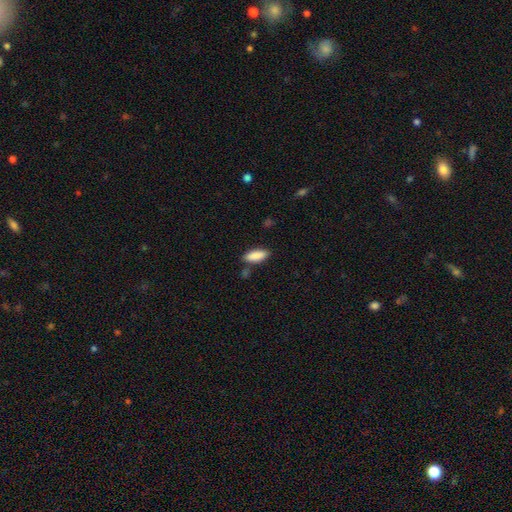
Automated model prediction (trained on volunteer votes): Smooth or featured: smooth — 89% (star or artifact — 6%)
How rounded: in between — 77% (cigar-shaped — 21%)
Merging: none — 79% (minor disturbance — 14%)